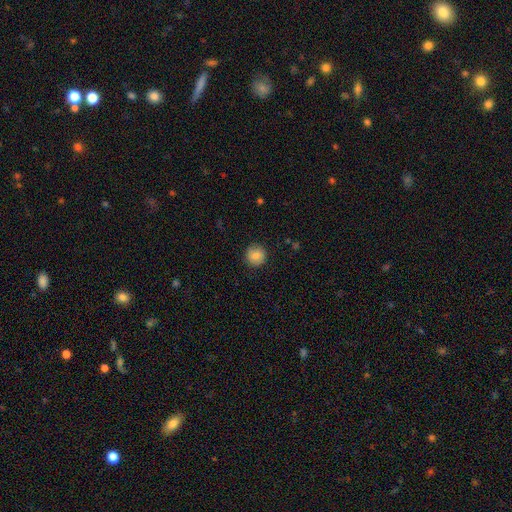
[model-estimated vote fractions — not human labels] smooth 84%, star or artifact 9%, featured or disk 7%. Down the decision tree: how rounded — round (93%); merging — none (88%).